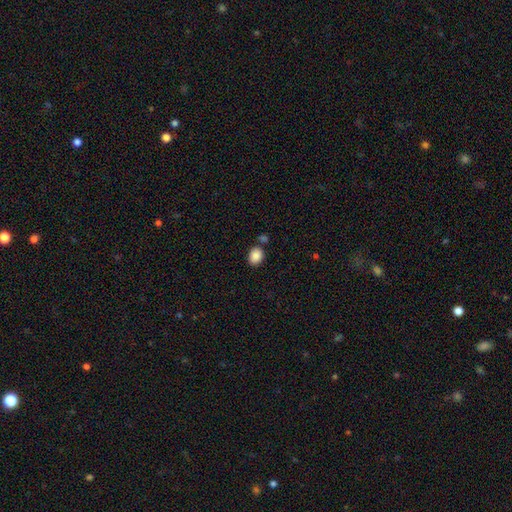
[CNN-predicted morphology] The model was most divided on "how rounded": in between: 56%, round: 43%, cigar-shaped: 1%. More confident: smooth or featured — smooth (88%); merging — none (76%).